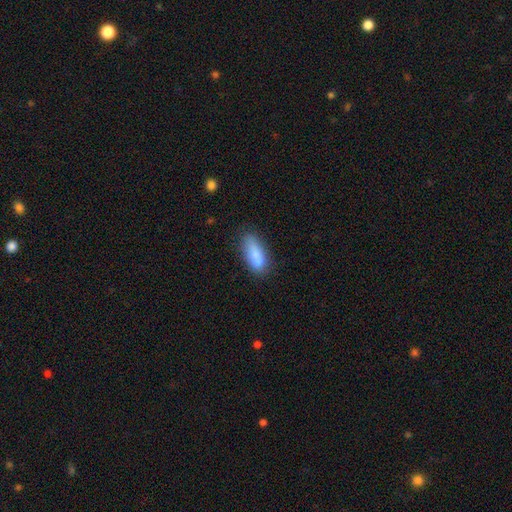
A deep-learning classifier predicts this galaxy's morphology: smooth 77%, featured or disk 16%, star or artifact 7%. Down the decision tree: how rounded — in between (77%); merging — none (60%).